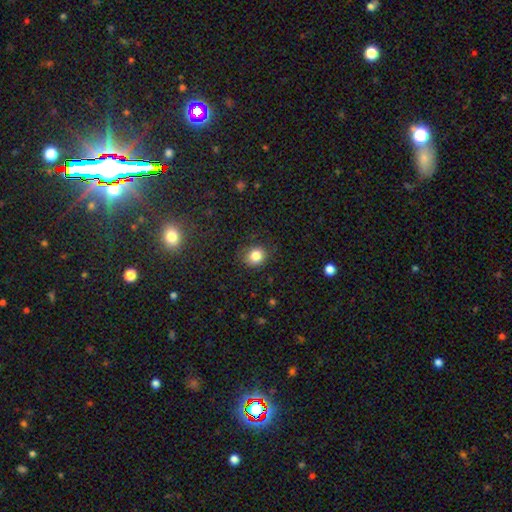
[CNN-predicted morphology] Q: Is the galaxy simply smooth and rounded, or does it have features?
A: smooth — 82%.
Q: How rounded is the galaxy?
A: round — 75%.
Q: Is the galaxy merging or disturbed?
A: none — 80%.